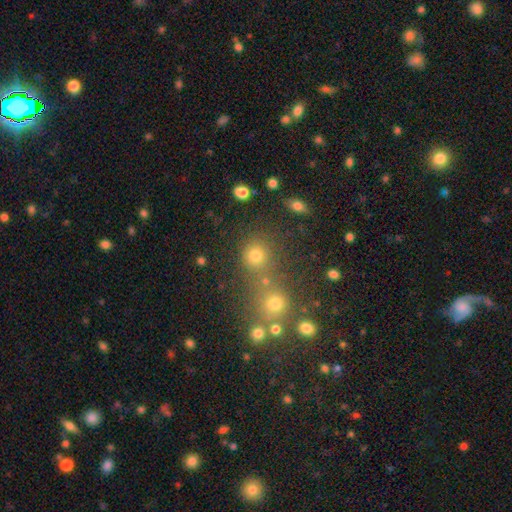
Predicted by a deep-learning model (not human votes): This is likely a smooth galaxy (69%). How rounded: clearly round (87%). Merging: likely none (63%).